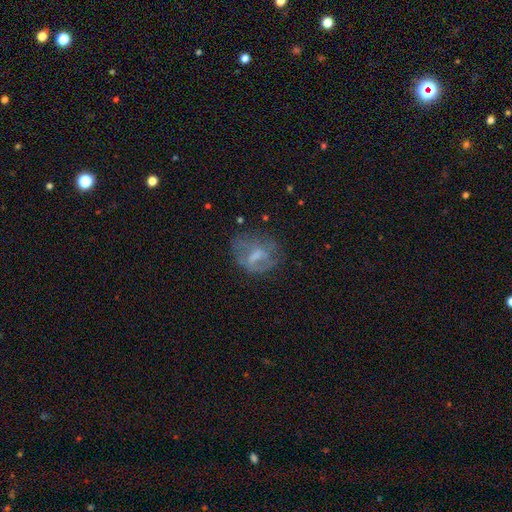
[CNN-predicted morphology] A featured or disk galaxy (51%).

Vote fractions:
- Smooth or featured? featured or disk: 51% / smooth: 37% / star or artifact: 12%
- Edge-on disk? no: 94% / yes: 6%
- Merging? none: 54% / minor disturbance: 22% / major disturbance: 21% / merger: 3%